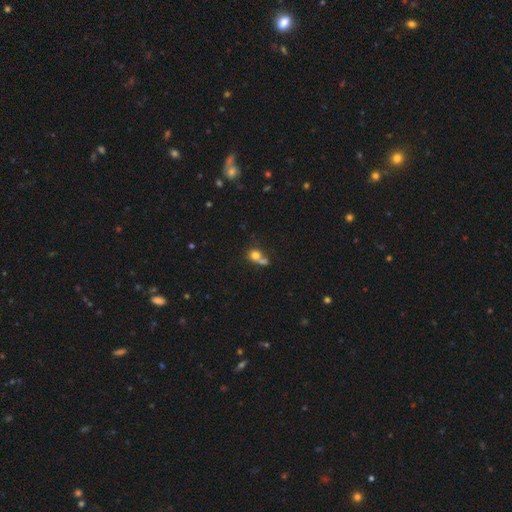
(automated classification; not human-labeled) A smooth galaxy with no disk features (73%) that is round (78%). Merging: merger (48%).